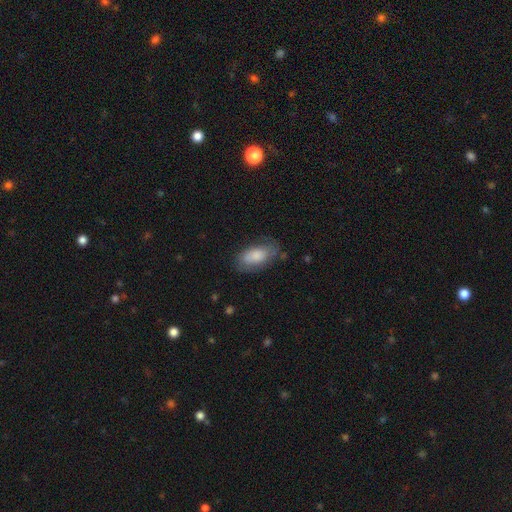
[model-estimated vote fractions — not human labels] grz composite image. It shows a smooth galaxy with no disk features (74%) that is in between round and cigar-shaped (92%). Merging: none (65%).